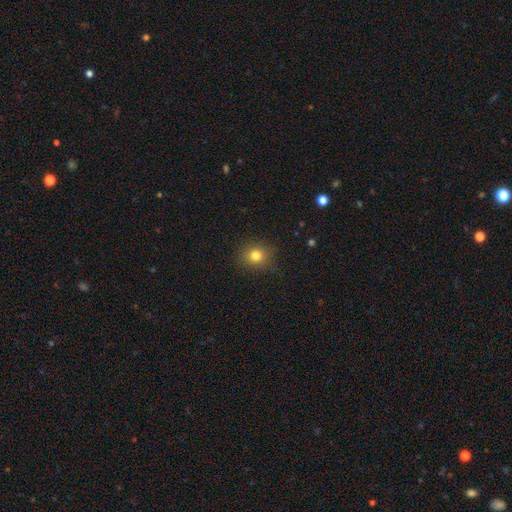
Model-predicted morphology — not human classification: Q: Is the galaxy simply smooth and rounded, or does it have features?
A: smooth — 80%.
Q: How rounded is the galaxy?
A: round — 77%.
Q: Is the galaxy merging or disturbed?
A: none — 87%.